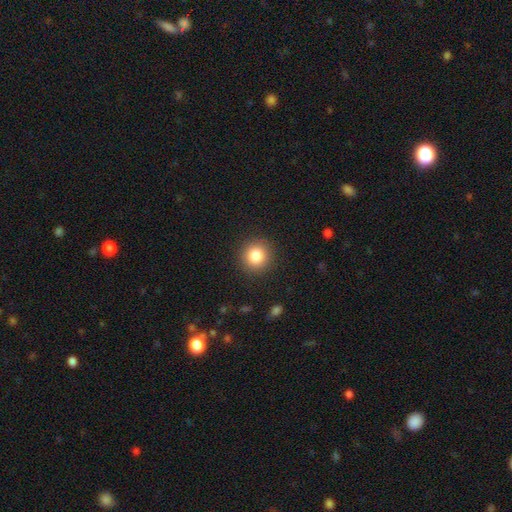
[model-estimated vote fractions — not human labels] This is clearly a smooth galaxy (84%). How rounded: clearly round (92%). Merging: clearly none (91%).